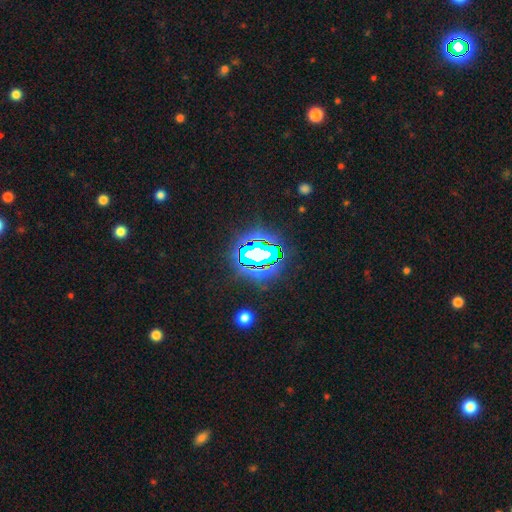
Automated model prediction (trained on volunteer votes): Smooth or featured?
  - star or artifact: 76% *
  - smooth: 13%
  - featured or disk: 11%